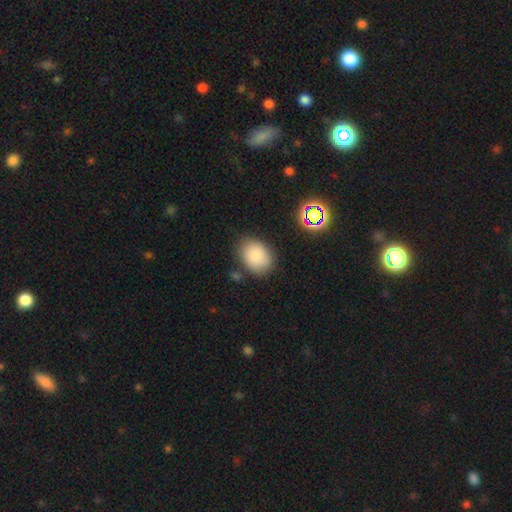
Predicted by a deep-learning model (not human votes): Smooth or featured? smooth (85%)
How rounded? in between (67%)
Merging? none (78%)